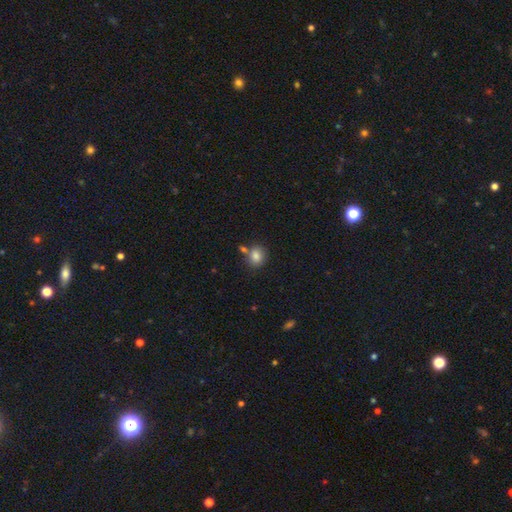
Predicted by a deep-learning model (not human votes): Smooth or featured? smooth (83%)
How rounded? round (61%)
Merging? none (67%)